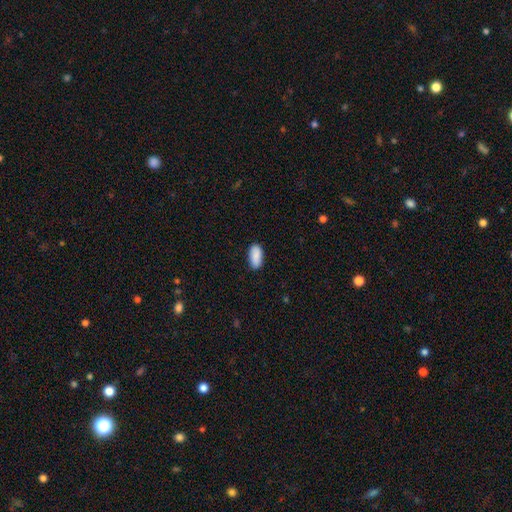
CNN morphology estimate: Smooth or featured: smooth — 90% (star or artifact — 6%)
How rounded: in between — 91% (cigar-shaped — 7%)
Merging: none — 87% (minor disturbance — 10%)